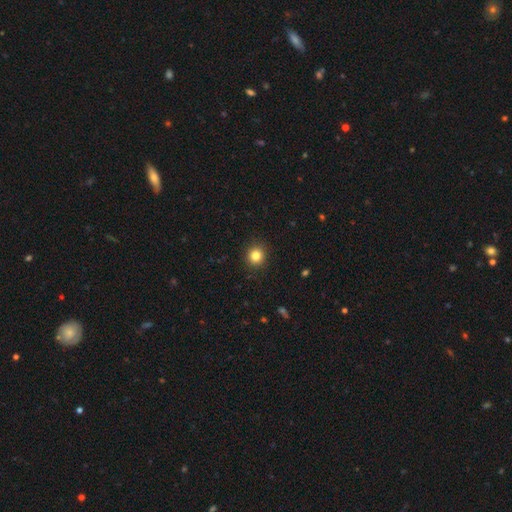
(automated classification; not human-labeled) Smooth or featured?
  - smooth: 83% *
  - star or artifact: 12%
  - featured or disk: 6%
How rounded?
  - round: 91% *
  - in between: 8%
  - cigar-shaped: 1%
Merging?
  - none: 91% *
  - minor disturbance: 6%
  - major disturbance: 2%
  - merger: 1%